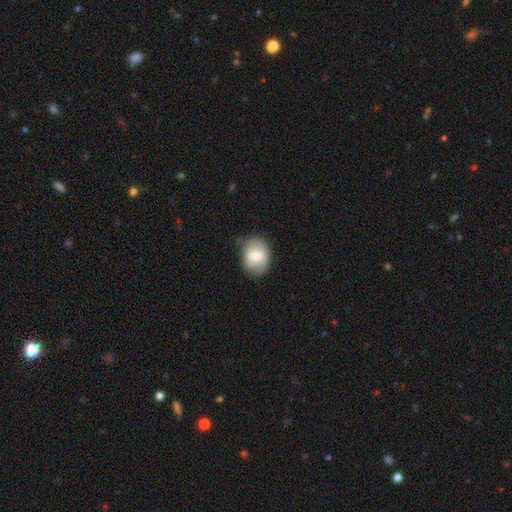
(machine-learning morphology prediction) Smooth or featured: smooth — 56% (featured or disk — 37%)
How rounded: in between — 59% (round — 40%)
Merging: none — 63% (minor disturbance — 28%)